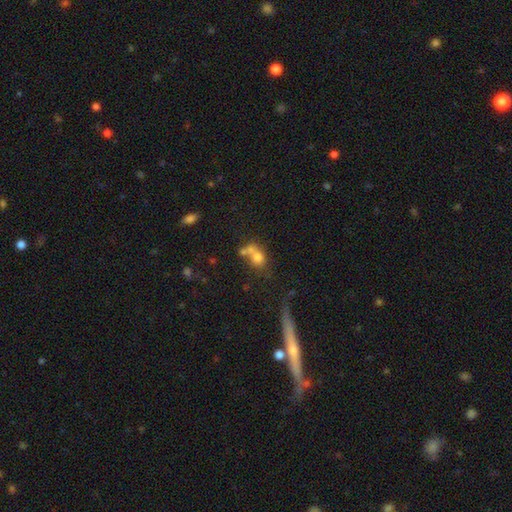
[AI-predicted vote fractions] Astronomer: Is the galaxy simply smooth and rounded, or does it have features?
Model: smooth — 66%.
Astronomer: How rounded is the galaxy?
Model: round — 52% (runner-up: in between, 46%).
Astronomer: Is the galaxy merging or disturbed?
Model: merger — 52% (runner-up: none, 27%).